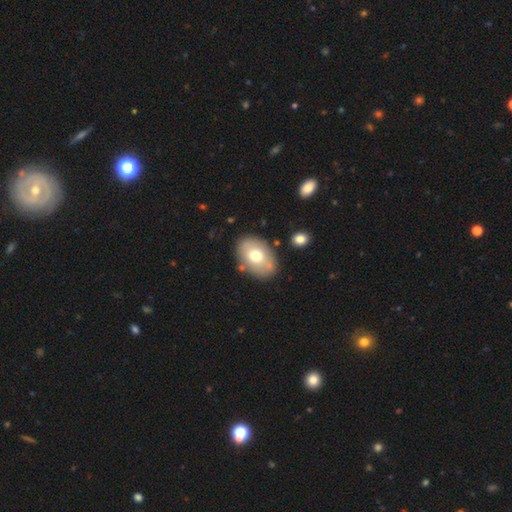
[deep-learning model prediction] smooth-or-featured: smooth: 66% | featured or disk: 27% | star or artifact: 7%
  how-rounded: in between: 82% | round: 16% | cigar-shaped: 1%
  merging: none: 79% | minor disturbance: 12% | merger: 5% | major disturbance: 3%